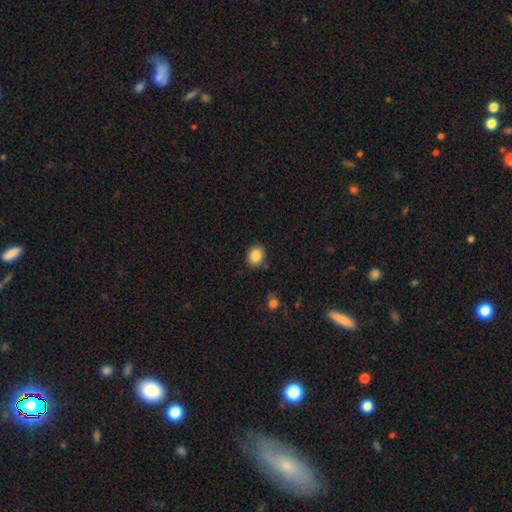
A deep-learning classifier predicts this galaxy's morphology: Smooth or featured?
  - smooth: 86% *
  - star or artifact: 9%
  - featured or disk: 5%
How rounded?
  - round: 62% *
  - in between: 37%
  - cigar-shaped: 1%
Merging?
  - none: 84% *
  - minor disturbance: 11%
  - merger: 3%
  - major disturbance: 3%